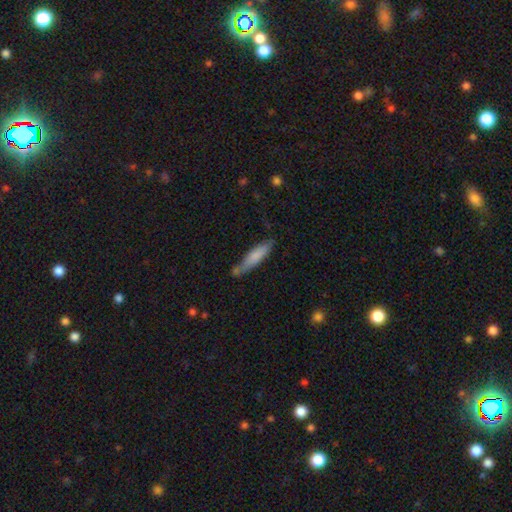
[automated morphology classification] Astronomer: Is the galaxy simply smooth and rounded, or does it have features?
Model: smooth — 76%.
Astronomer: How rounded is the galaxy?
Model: cigar-shaped — 79%.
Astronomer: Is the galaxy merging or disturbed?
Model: none — 60%.